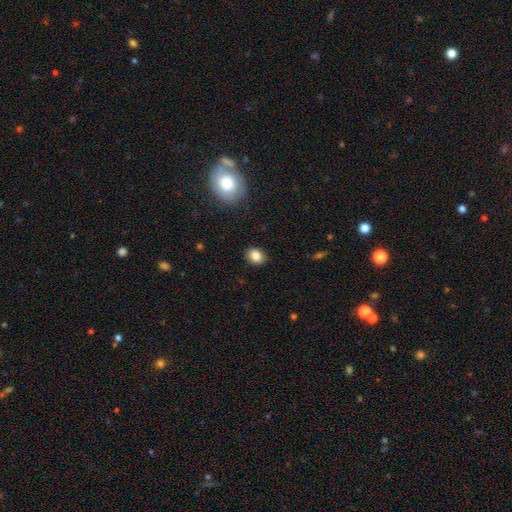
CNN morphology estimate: This appears to be a smooth galaxy with no disk features (85%) that is in between round and cigar-shaped (57%). Merging: none (88%).